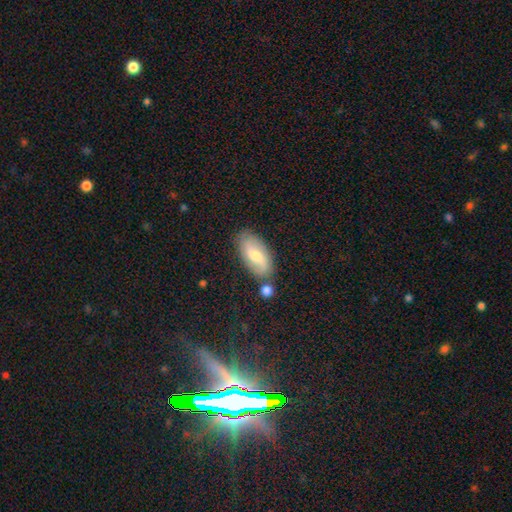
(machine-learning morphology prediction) type=smooth (53%); roundness=in between (90%); merging=none (72%).